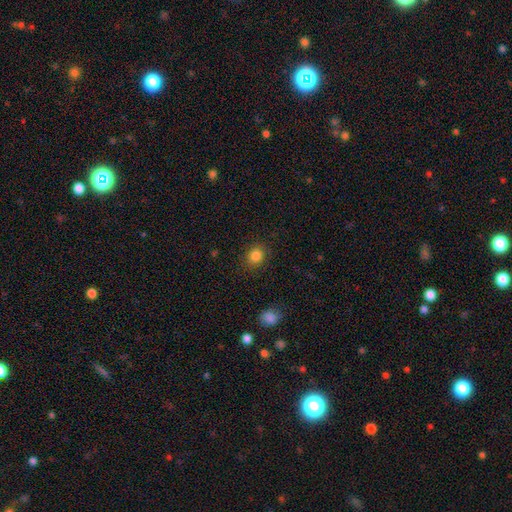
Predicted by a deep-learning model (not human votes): The model was most divided on "how rounded": round: 75%, in between: 24%, cigar-shaped: 1%. More confident: merging — none (88%); smooth or featured — smooth (84%).